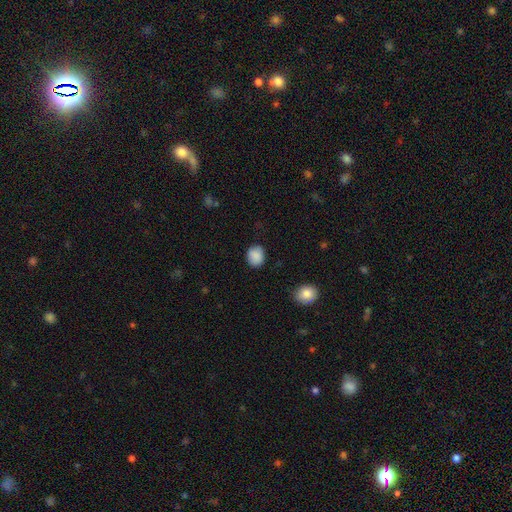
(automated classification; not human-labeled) Morphology: type=smooth (88%); roundness=round (63%); merging=none (84%).